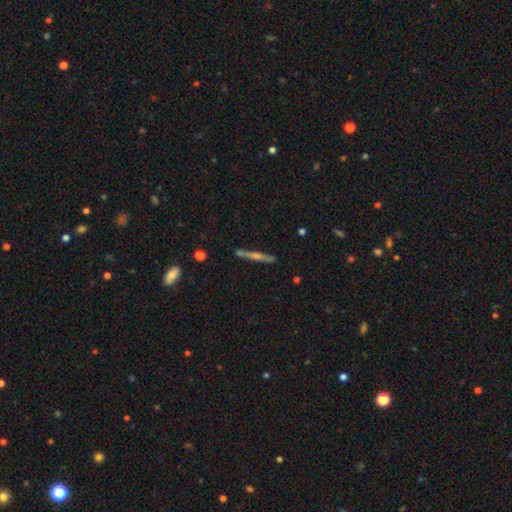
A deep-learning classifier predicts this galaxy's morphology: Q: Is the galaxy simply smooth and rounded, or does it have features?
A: featured or disk — 65%.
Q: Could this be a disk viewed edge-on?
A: yes — 97%.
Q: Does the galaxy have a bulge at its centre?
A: rounded — 72%.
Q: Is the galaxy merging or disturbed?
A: none — 86%.